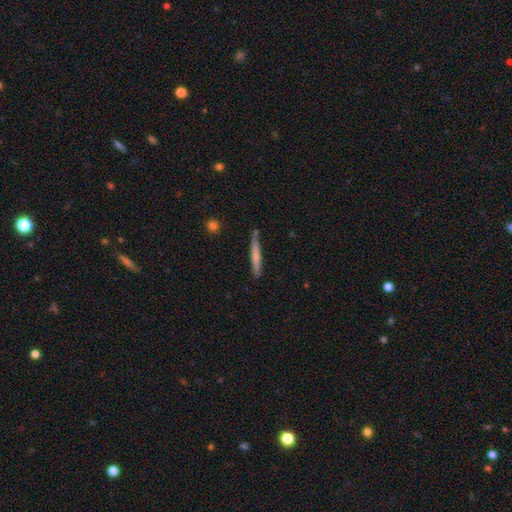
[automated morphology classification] Smooth or featured: smooth — 62% (featured or disk — 33%)
How rounded: cigar-shaped — 95% (in between — 4%)
Merging: none — 82% (minor disturbance — 13%)